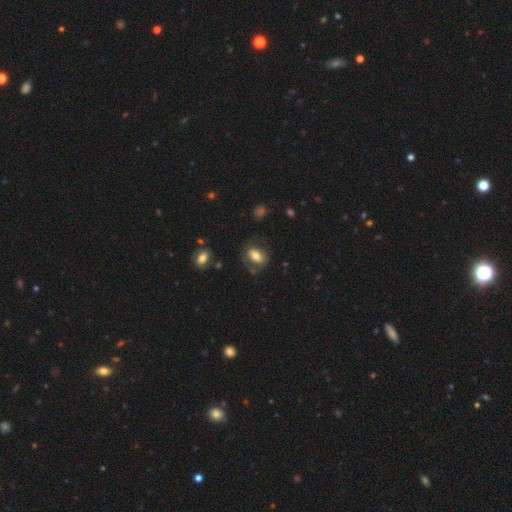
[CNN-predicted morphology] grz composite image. It shows a smooth galaxy with no disk features (67%) that is in between round and cigar-shaped (76%). Merging: none (67%).